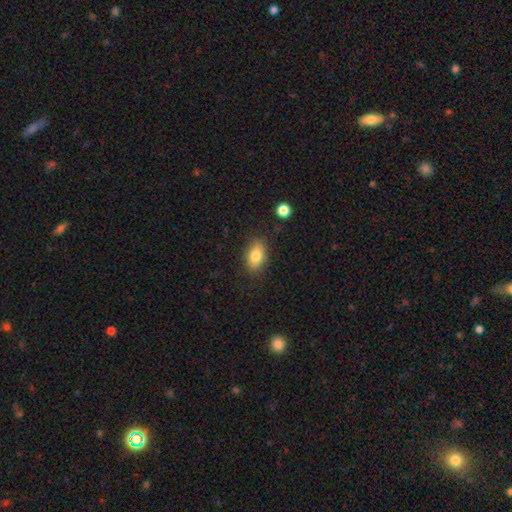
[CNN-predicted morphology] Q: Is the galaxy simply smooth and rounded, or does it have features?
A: smooth — 82%.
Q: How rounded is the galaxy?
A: in between — 88%.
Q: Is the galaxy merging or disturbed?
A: none — 83%.